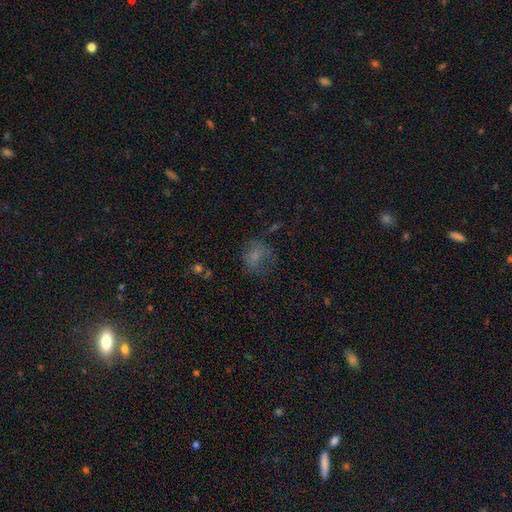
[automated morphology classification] The model was most divided on "merging": none: 48%, major disturbance: 26%, minor disturbance: 23%, merger: 3%. More confident: how rounded — round (64%); smooth or featured — smooth (60%).